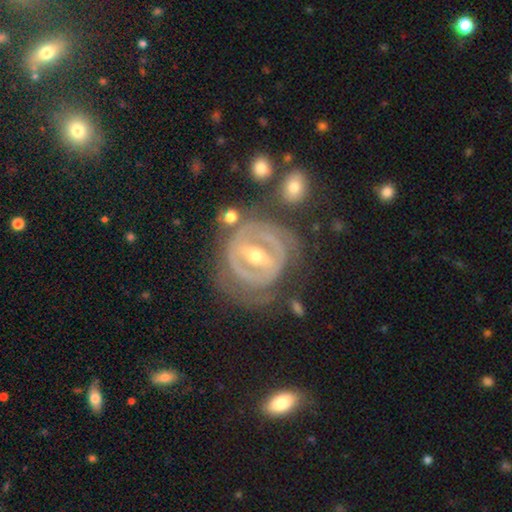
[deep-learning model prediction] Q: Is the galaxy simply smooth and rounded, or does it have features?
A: featured or disk — 84%.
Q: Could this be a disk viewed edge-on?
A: no — 93%.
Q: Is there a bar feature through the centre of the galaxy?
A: strong — 62%.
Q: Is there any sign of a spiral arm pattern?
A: yes — 67%.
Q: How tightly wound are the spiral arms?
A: tight — 70%.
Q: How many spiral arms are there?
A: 2 — 38%.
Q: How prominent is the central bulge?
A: moderate — 61%.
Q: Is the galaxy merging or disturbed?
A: none — 68%.